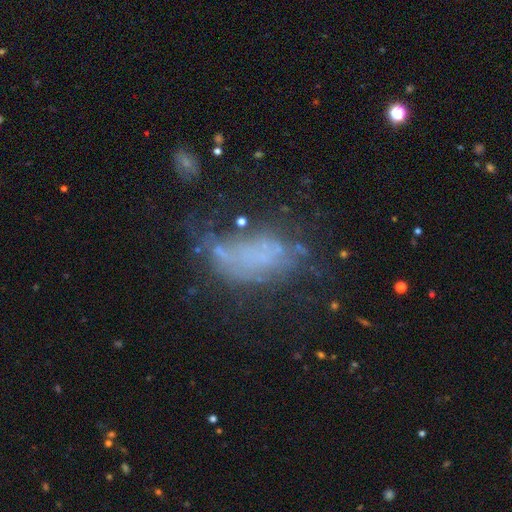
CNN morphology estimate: Smooth or featured? featured or disk (42%)
Merging? major disturbance (38%)